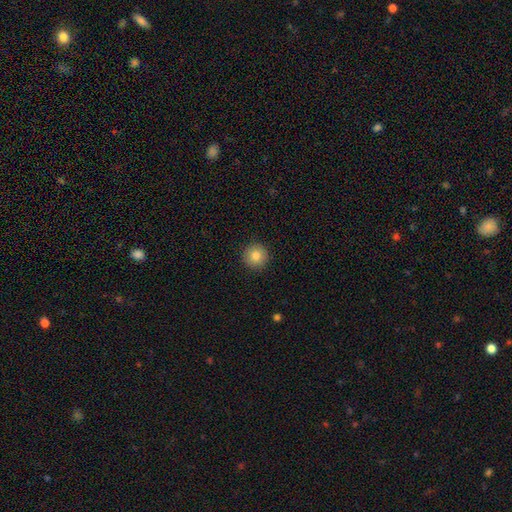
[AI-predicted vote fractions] Q: Smooth or featured?
A: smooth (82%); runner-up: star or artifact (10%)
Q: How rounded?
A: round (96%); runner-up: in between (3%)
Q: Merging?
A: none (92%); runner-up: minor disturbance (5%)